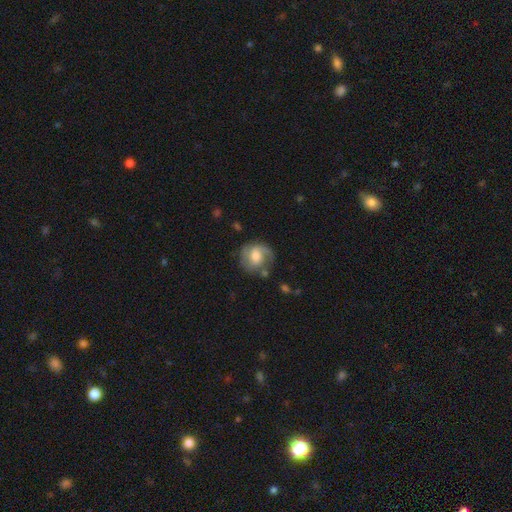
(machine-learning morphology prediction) Smooth or featured?
  - featured or disk: 55% *
  - smooth: 38%
  - star or artifact: 7%
Edge-on disk?
  - no: 97% *
  - yes: 3%
Bar?
  - no: 46% *
  - weak: 44%
  - strong: 10%
Spiral arms?
  - yes: 83% *
  - no: 17%
Bulge size?
  - moderate: 57% *
  - large: 20%
  - small: 17%
  - none: 4%
  - dominant: 2%
Merging?
  - none: 63% *
  - minor disturbance: 21%
  - major disturbance: 11%
  - merger: 5%